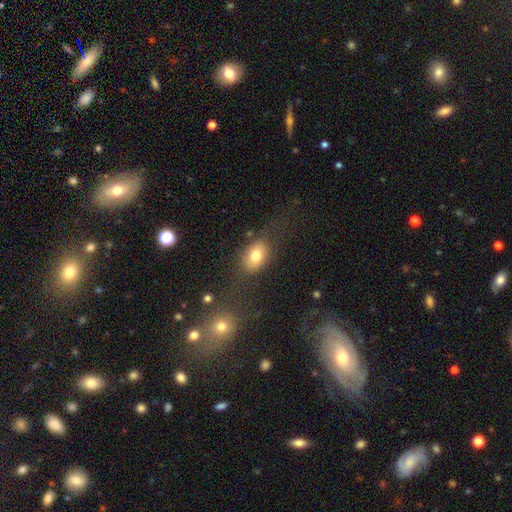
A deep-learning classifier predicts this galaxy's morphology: This is likely a smooth galaxy (78%). How rounded: likely in between (77%). Merging: likely none (69%).